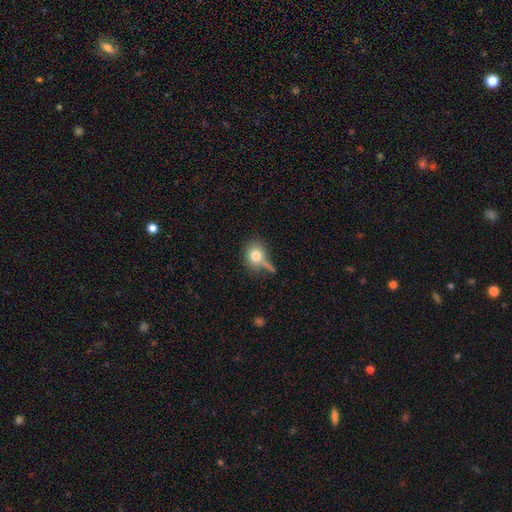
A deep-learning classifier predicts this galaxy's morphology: This appears to be a smooth galaxy with no disk features (77%) that is round (63%). Merging: none (46%).